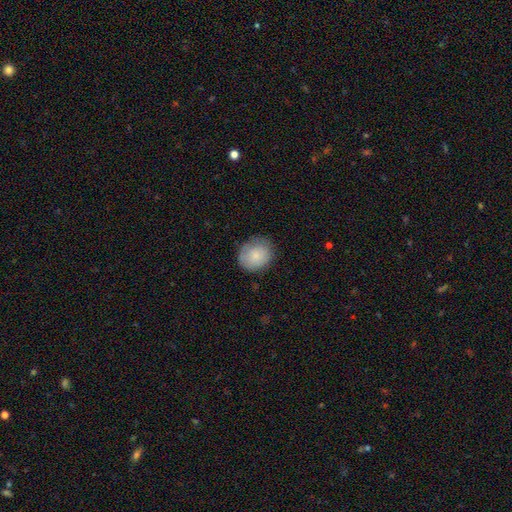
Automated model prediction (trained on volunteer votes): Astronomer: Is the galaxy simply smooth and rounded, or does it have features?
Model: smooth — 83%.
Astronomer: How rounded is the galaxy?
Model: round — 74%.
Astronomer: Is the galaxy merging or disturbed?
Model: none — 77%.